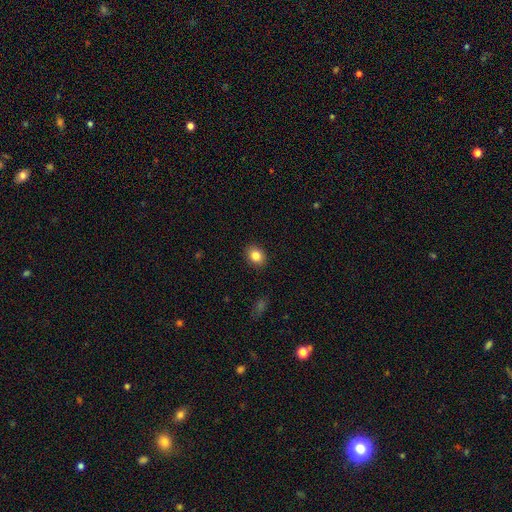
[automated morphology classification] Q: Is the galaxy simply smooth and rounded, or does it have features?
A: smooth — 84%.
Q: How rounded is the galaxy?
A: round — 53%.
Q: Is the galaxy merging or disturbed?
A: none — 90%.